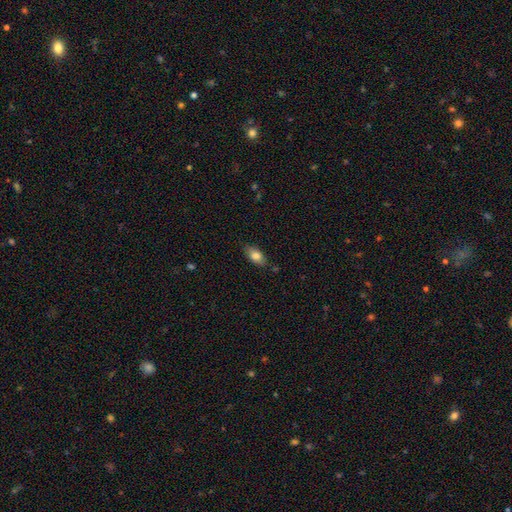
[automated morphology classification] Smooth or featured?
  - smooth: 81% *
  - featured or disk: 12%
  - star or artifact: 8%
How rounded?
  - in between: 88% *
  - cigar-shaped: 7%
  - round: 5%
Merging?
  - none: 81% *
  - minor disturbance: 15%
  - major disturbance: 3%
  - merger: 2%